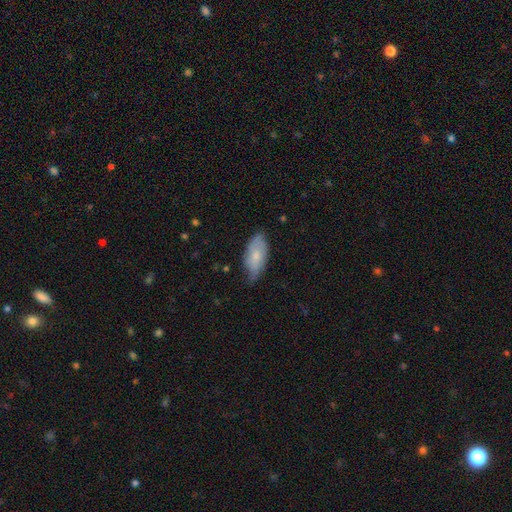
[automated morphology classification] The model was most divided on "merging": none: 59%, minor disturbance: 34%, major disturbance: 6%, merger: 1%. More confident: how rounded — in between (90%); smooth or featured — smooth (68%).